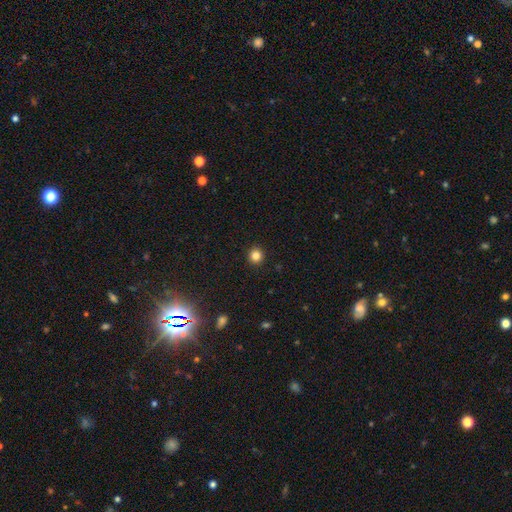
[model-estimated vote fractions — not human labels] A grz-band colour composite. It shows a smooth galaxy with no disk features (83%) that is round (93%). Merging: none (93%).